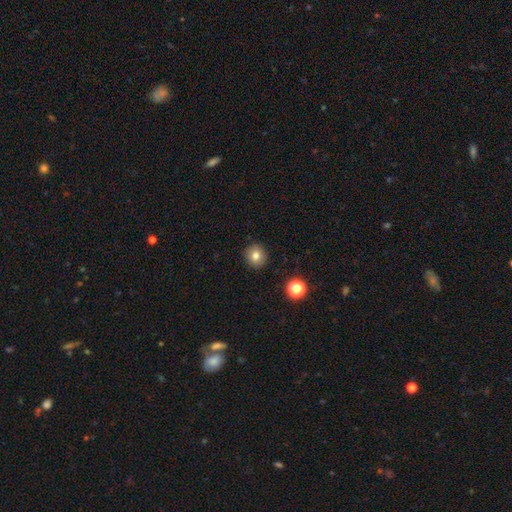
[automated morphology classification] smooth 80%, star or artifact 12%, featured or disk 9%. Down the decision tree: how rounded — round (92%); merging — none (91%).